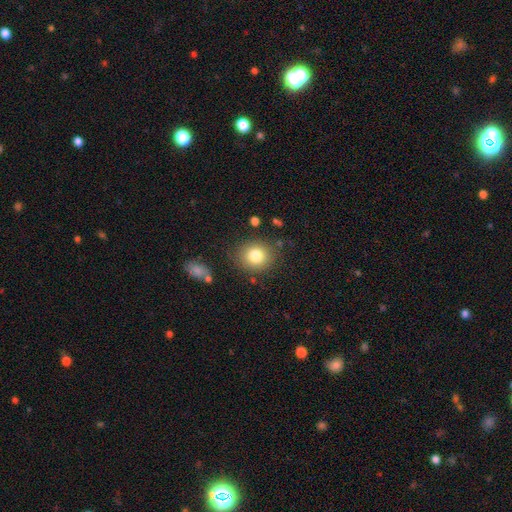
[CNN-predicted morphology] Q: Smooth or featured?
A: smooth (80%); runner-up: star or artifact (10%)
Q: How rounded?
A: round (77%); runner-up: in between (22%)
Q: Merging?
A: none (83%); runner-up: minor disturbance (10%)